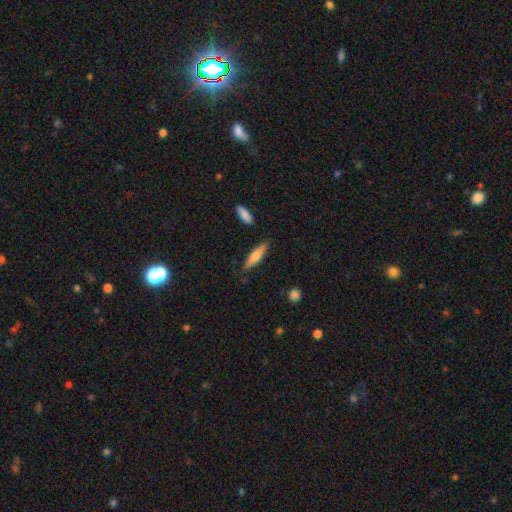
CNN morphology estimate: Smooth or featured? smooth (71%)
How rounded? cigar-shaped (74%)
Merging? none (80%)